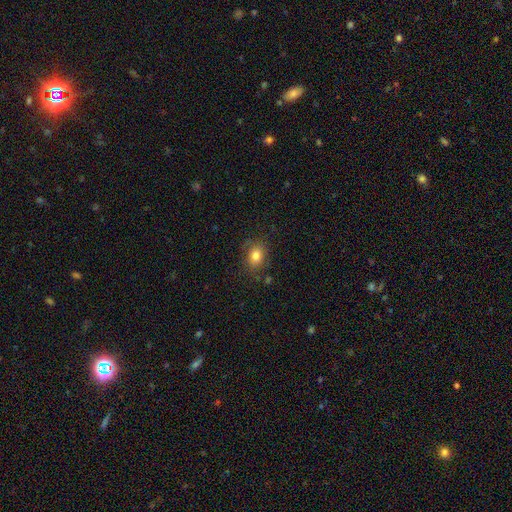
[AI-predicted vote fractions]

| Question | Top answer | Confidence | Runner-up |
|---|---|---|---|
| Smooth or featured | smooth | 79% | featured or disk (11%) |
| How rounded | in between | 59% | round (40%) |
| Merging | none | 74% | minor disturbance (18%) |